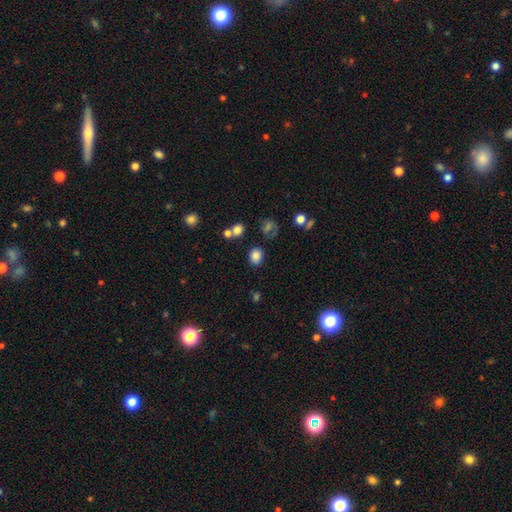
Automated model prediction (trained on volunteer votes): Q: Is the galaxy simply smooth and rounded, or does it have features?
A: smooth — 82%.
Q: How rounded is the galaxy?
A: round — 50%.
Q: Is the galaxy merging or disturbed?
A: none — 80%.